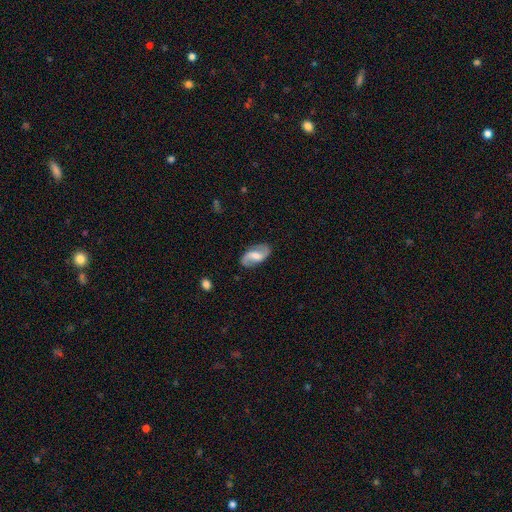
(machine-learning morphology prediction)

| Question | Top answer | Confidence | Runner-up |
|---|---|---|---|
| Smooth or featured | featured or disk | 76% | smooth (18%) |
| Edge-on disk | no | 96% | yes (4%) |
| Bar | weak | 50% | no (32%) |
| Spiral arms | yes | 94% | no (6%) |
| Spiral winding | loose | 55% | medium (35%) |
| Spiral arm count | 2 | 92% | can't tell (3%) |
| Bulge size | moderate | 54% | small (28%) |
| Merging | none | 83% | minor disturbance (13%) |